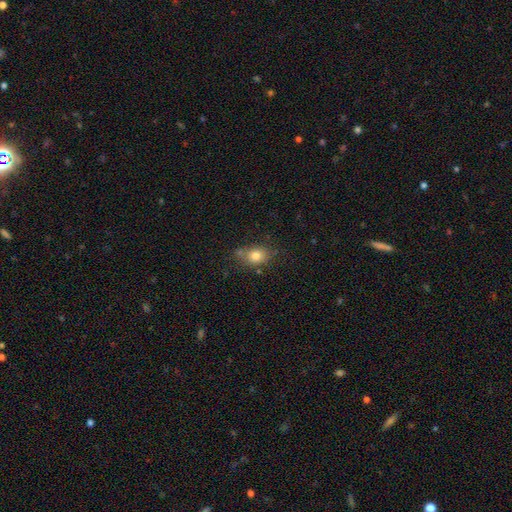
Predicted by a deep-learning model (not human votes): Smooth or featured? smooth (79%)
How rounded? in between (60%)
Merging? none (62%)